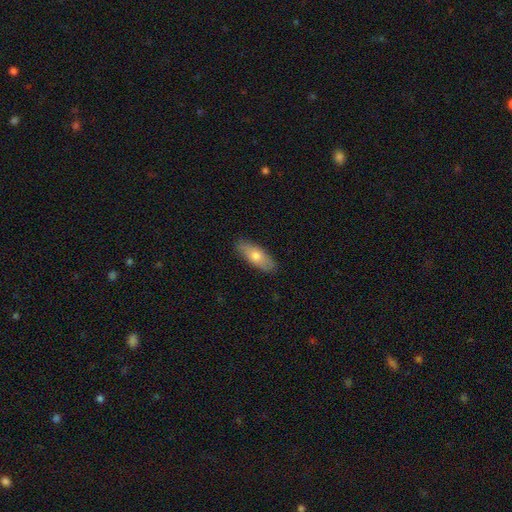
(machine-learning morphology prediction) This is likely a smooth galaxy (71%). How rounded: likely in between (71%). Merging: clearly none (87%).